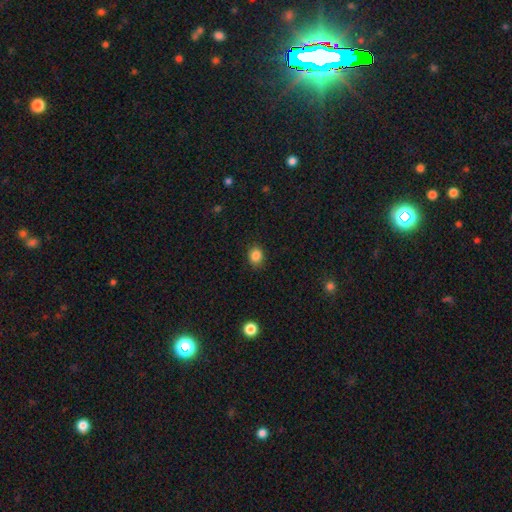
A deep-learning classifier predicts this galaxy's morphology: smooth_or_featured: smooth (p=0.85) [alt: star or artifact p=0.11]
how_rounded: round (p=0.68) [alt: in between p=0.32]
merging: none (p=0.86) [alt: minor disturbance p=0.10]